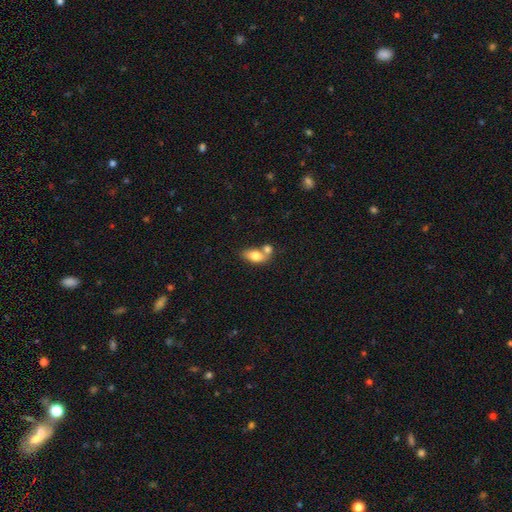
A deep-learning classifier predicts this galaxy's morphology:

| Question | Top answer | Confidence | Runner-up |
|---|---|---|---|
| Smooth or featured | smooth | 77% | featured or disk (16%) |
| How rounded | in between | 86% | round (8%) |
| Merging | merger | 47% | none (36%) |